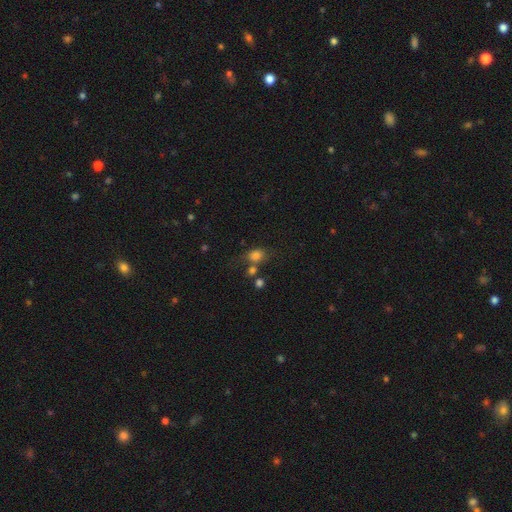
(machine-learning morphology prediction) Smooth or featured? Predicted: smooth (p=0.77). How rounded? Predicted: in between (p=0.50). Merging? Predicted: none (p=0.45).